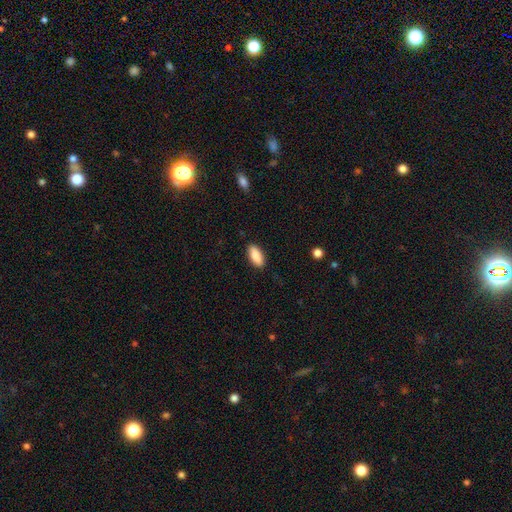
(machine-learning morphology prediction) This appears to be a smooth galaxy with no disk features (89%) that is in between round and cigar-shaped (86%). Merging: none (88%).